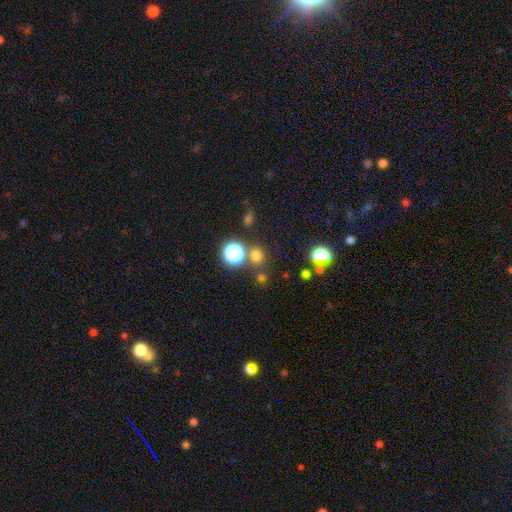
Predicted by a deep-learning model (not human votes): Smooth or featured? smooth (67%)
How rounded? round (84%)
Merging? none (75%)